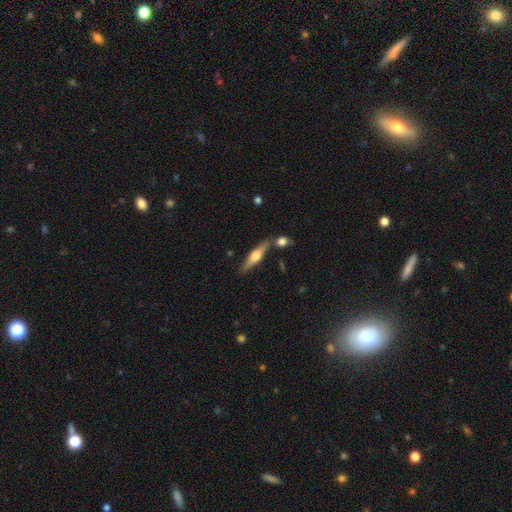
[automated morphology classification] featured or disk 61%, smooth 33%, star or artifact 6%. Down the decision tree: edge-on disk — yes (95%); edge-on bulge — rounded (92%); merging — none (74%).